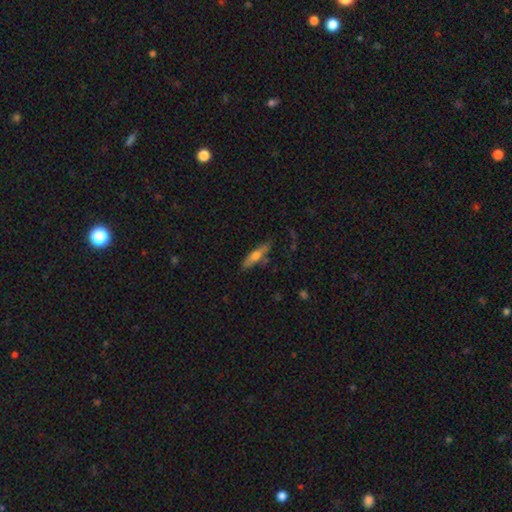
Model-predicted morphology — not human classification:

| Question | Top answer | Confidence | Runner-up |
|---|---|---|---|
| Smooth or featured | smooth | 58% | featured or disk (35%) |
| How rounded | cigar-shaped | 63% | in between (34%) |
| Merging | none | 73% | minor disturbance (19%) |